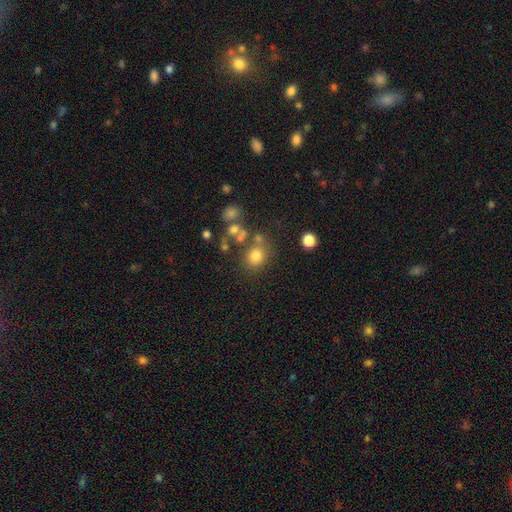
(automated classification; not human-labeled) smooth_or_featured: smooth (p=0.74) [alt: star or artifact p=0.15]
how_rounded: round (p=0.74) [alt: in between p=0.25]
merging: none (p=0.64) [alt: merger p=0.16]